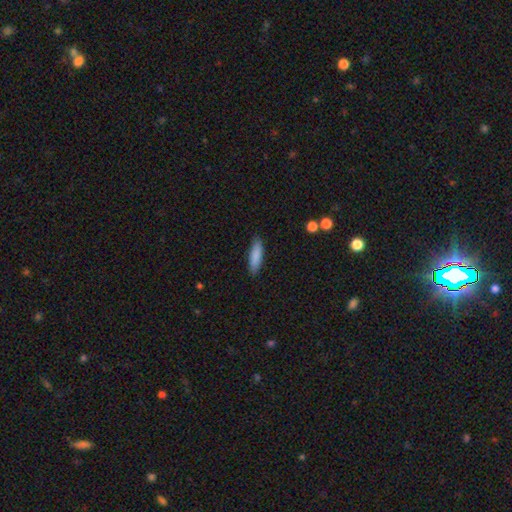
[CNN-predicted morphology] Smooth or featured? Predicted: smooth (p=0.86). How rounded? Predicted: cigar-shaped (p=0.68). Merging? Predicted: none (p=0.87).